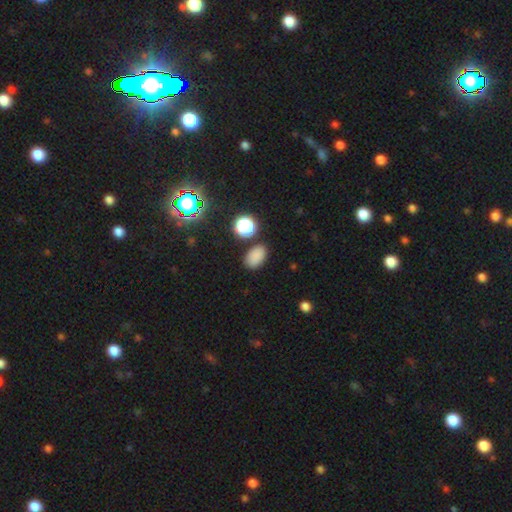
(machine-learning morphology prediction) Smooth or featured?
  - smooth: 81% *
  - star or artifact: 14%
  - featured or disk: 5%
How rounded?
  - in between: 86% *
  - round: 13%
  - cigar-shaped: 2%
Merging?
  - none: 80% *
  - minor disturbance: 11%
  - merger: 5%
  - major disturbance: 3%